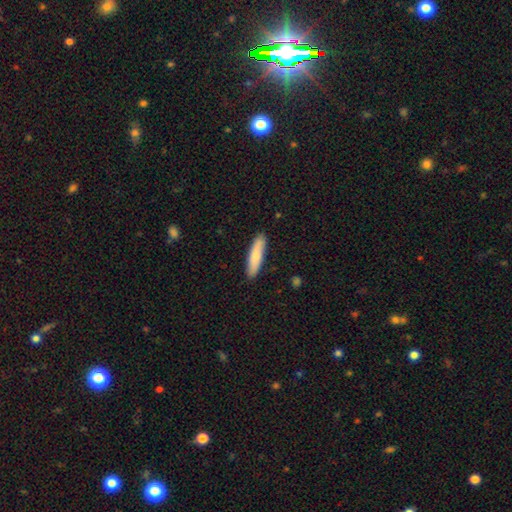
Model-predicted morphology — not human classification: Smooth or featured? smooth (80%)
How rounded? cigar-shaped (74%)
Merging? none (88%)